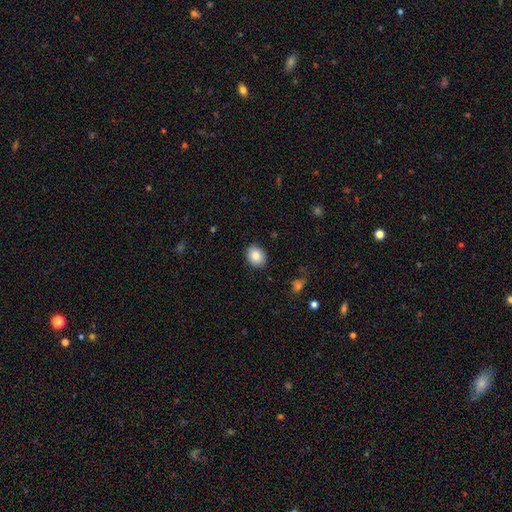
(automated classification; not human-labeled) The model was most divided on "how rounded": in between: 51%, round: 48%, cigar-shaped: 1%. More confident: merging — none (89%); smooth or featured — smooth (84%).